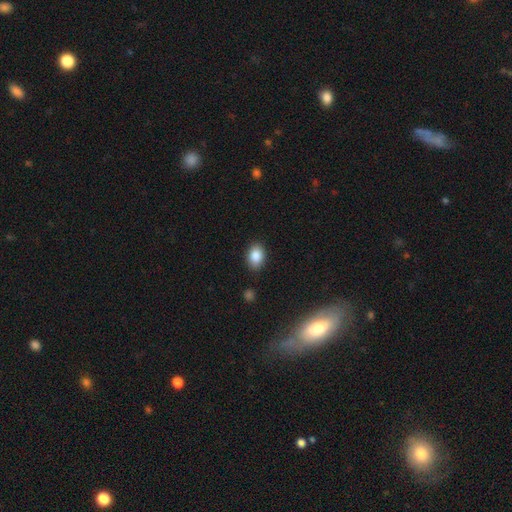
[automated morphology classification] type=smooth (86%); roundness=in between (80%); merging=none (85%).